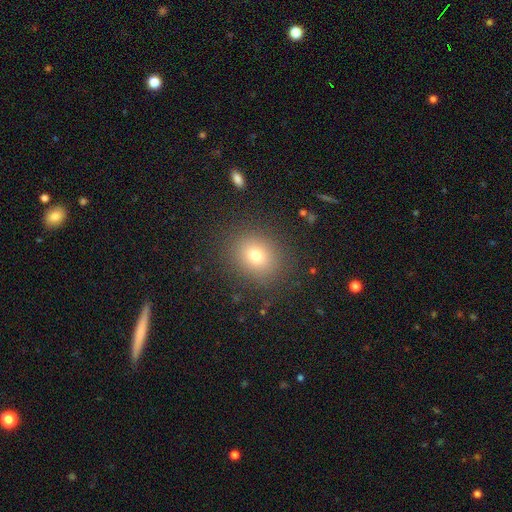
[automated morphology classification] Smooth or featured?
  - smooth: 74% *
  - star or artifact: 15%
  - featured or disk: 11%
How rounded?
  - round: 71% *
  - in between: 28%
  - cigar-shaped: 1%
Merging?
  - none: 88% *
  - minor disturbance: 8%
  - major disturbance: 4%
  - merger: 1%